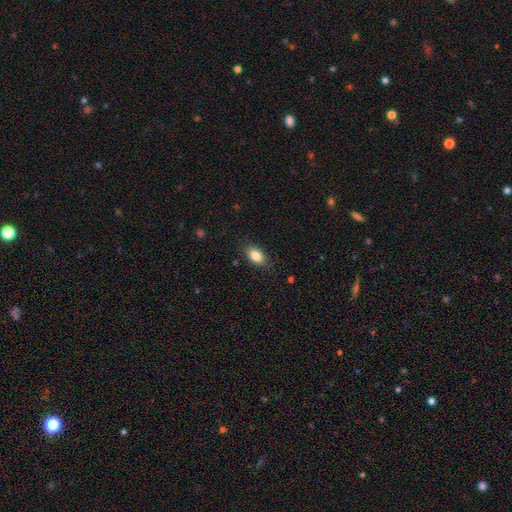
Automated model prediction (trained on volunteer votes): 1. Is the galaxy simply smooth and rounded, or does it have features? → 85% smooth, 8% star or artifact, 7% featured or disk.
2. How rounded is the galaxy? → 89% in between, 7% round, 4% cigar-shaped.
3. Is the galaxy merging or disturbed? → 83% none, 13% minor disturbance, 3% major disturbance, 1% merger.